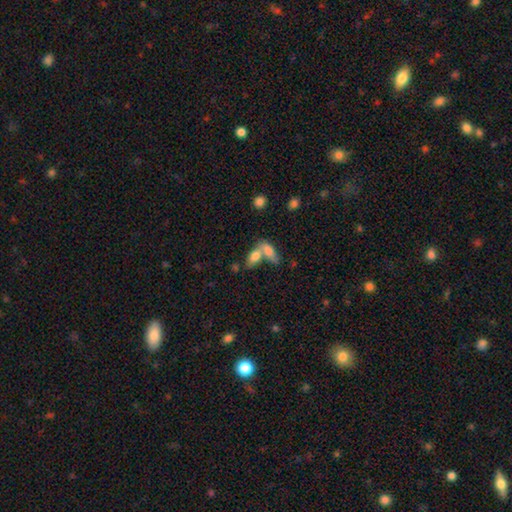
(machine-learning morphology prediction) Q: Smooth or featured?
A: smooth (74%); runner-up: featured or disk (18%)
Q: How rounded?
A: in between (80%); runner-up: cigar-shaped (14%)
Q: Merging?
A: merger (61%); runner-up: none (27%)